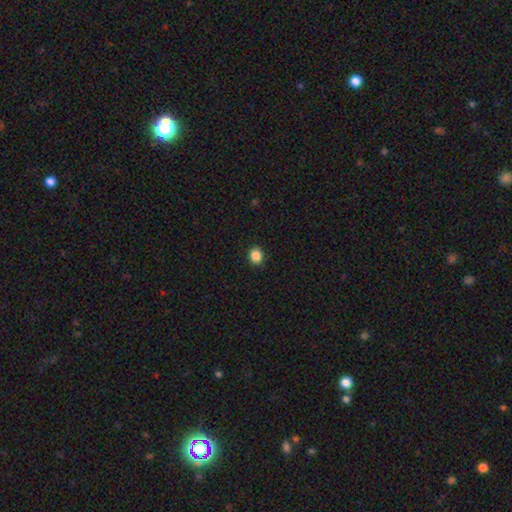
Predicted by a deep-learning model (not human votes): smooth 87%, star or artifact 10%, featured or disk 3%. Down the decision tree: how rounded — round (75%); merging — none (91%).